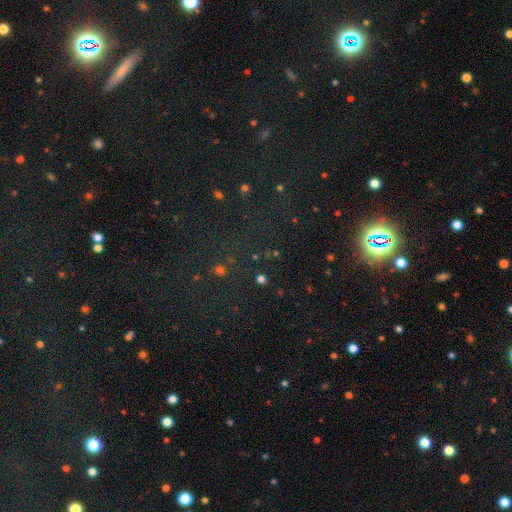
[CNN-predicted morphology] This is likely a star or artifact rather than a galaxy (71%).